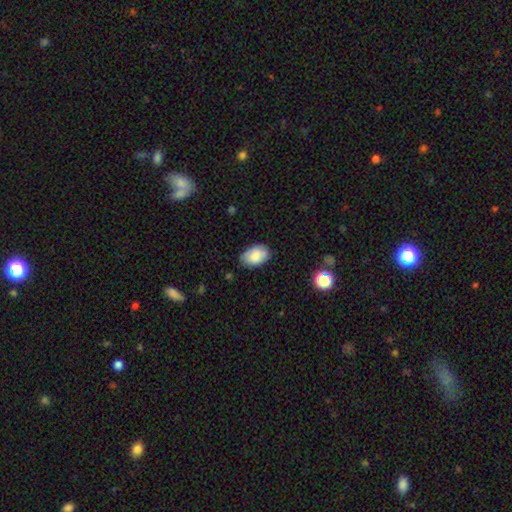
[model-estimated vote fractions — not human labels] The model was most divided on "merging": none: 78%, minor disturbance: 18%, major disturbance: 3%, merger: 1%. More confident: how rounded — in between (90%); smooth or featured — smooth (79%).